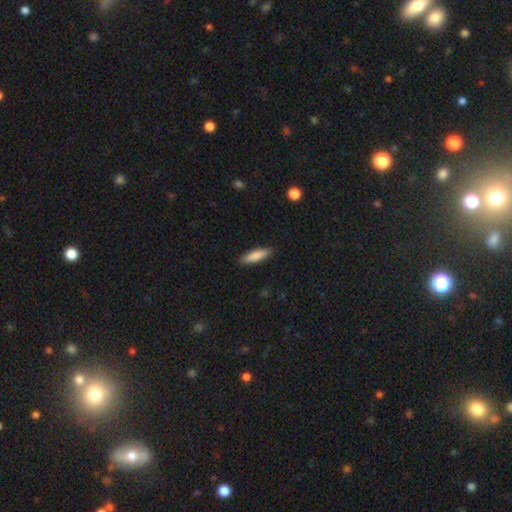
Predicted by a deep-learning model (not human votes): Smooth or featured: smooth — 84% (featured or disk — 10%)
How rounded: cigar-shaped — 68% (in between — 31%)
Merging: none — 89% (minor disturbance — 9%)